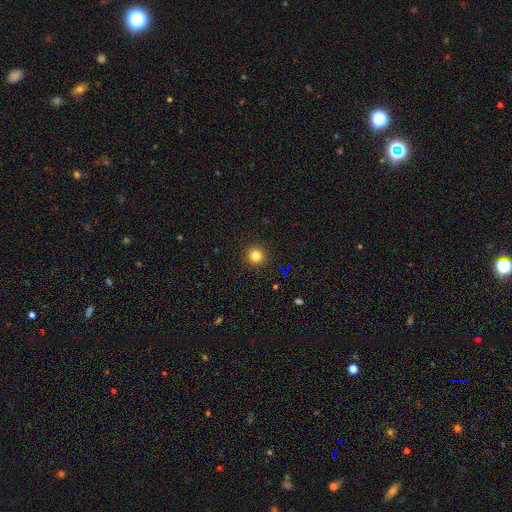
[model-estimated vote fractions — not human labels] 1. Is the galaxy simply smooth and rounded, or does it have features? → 81% smooth, 13% star or artifact, 5% featured or disk.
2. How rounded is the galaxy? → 95% round, 4% in between, 1% cigar-shaped.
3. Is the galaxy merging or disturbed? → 93% none, 4% minor disturbance, 2% major disturbance, 1% merger.